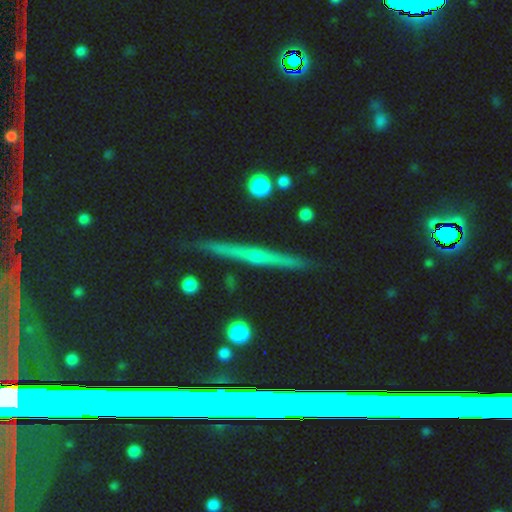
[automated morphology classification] The model was most divided on "edge-on bulge": rounded: 62%, none: 31%, boxy: 6%. More confident: edge-on disk — yes (97%); merging — none (88%); smooth or featured — featured or disk (68%).